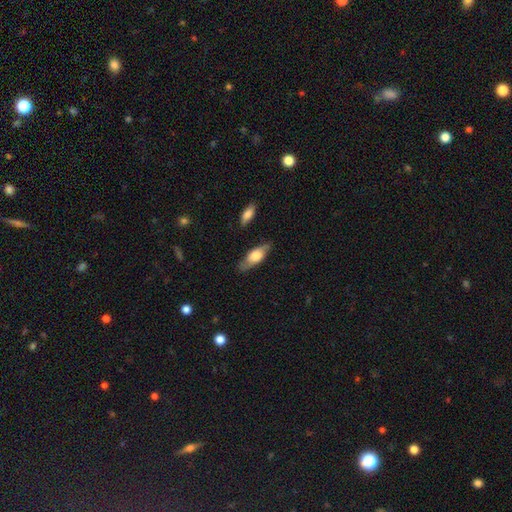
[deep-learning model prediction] Q: Smooth or featured?
A: smooth (58%); runner-up: featured or disk (36%)
Q: How rounded?
A: in between (68%); runner-up: cigar-shaped (29%)
Q: Merging?
A: none (79%); runner-up: minor disturbance (16%)